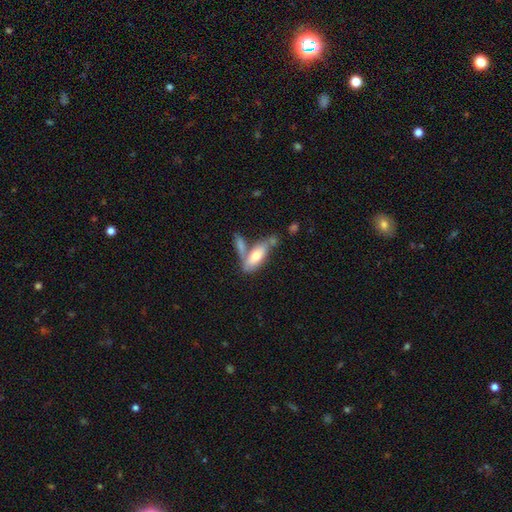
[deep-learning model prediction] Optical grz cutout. It shows a smooth galaxy with no disk features (65%) that is in between round and cigar-shaped (71%). Merging: none (44%).